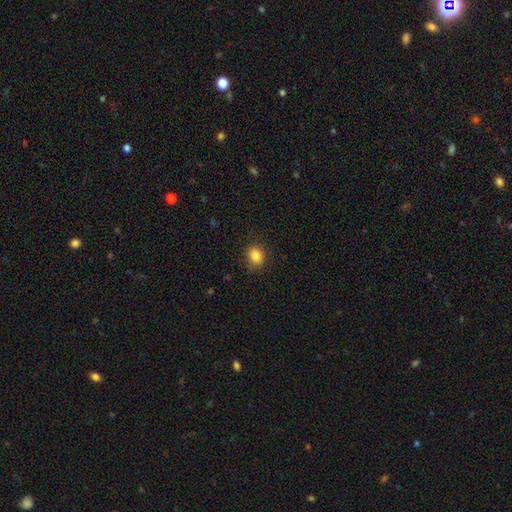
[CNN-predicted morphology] smooth-or-featured: smooth: 85% | star or artifact: 11% | featured or disk: 5%
  how-rounded: round: 62% | in between: 37% | cigar-shaped: 1%
  merging: none: 83% | minor disturbance: 13% | major disturbance: 3% | merger: 1%